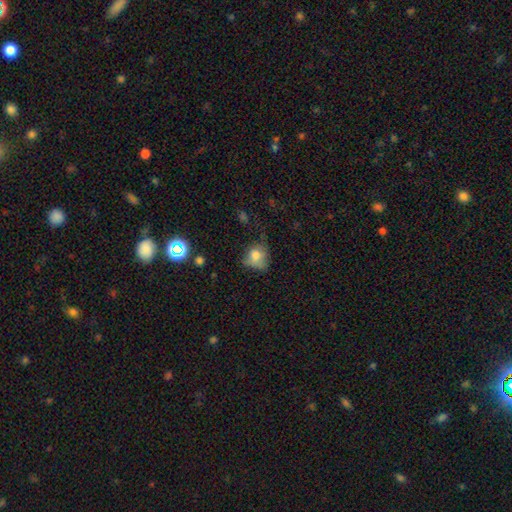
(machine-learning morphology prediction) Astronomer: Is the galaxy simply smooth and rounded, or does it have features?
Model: smooth — 75%.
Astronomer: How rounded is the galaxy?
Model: round — 57% (runner-up: in between, 41%).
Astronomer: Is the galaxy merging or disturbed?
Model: none — 39% (runner-up: minor disturbance, 35%).